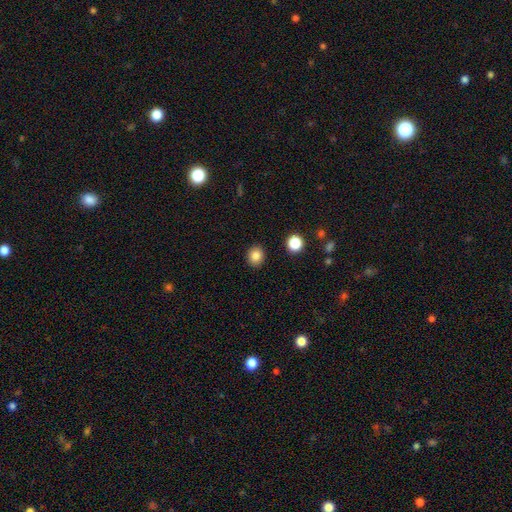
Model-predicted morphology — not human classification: A smooth galaxy with no disk features (84%) that is round (73%).

Vote fractions:
- Smooth or featured? smooth: 84% / star or artifact: 11% / featured or disk: 6%
- How rounded? round: 73% / in between: 26% / cigar-shaped: 1%
- Merging? none: 90% / minor disturbance: 6% / major disturbance: 2% / merger: 1%